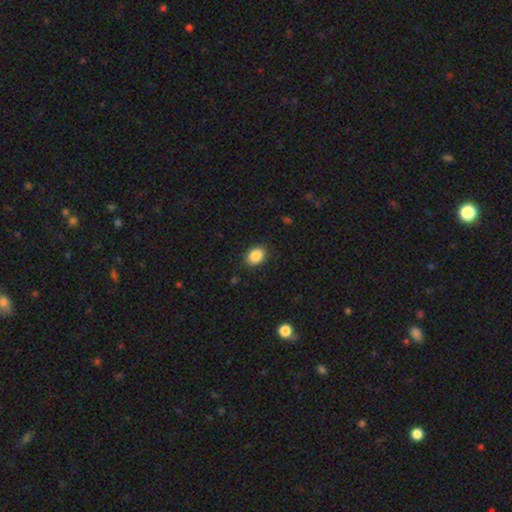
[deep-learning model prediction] smooth 88%, star or artifact 8%, featured or disk 4%. Down the decision tree: how rounded — in between (70%); merging — none (87%).